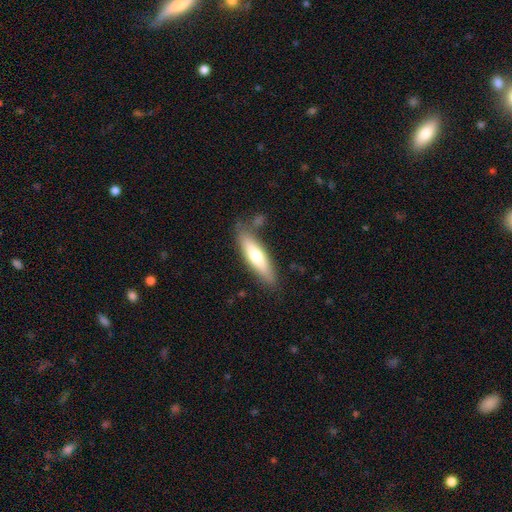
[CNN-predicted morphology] Smooth or featured: smooth — 65% (featured or disk — 29%)
How rounded: cigar-shaped — 70% (in between — 29%)
Merging: none — 77% (minor disturbance — 15%)